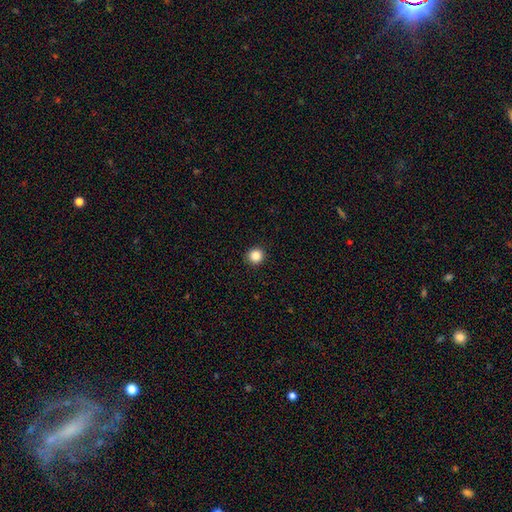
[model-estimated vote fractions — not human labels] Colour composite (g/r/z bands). It shows a smooth galaxy with no disk features (87%) that is round (94%). Merging: none (93%).